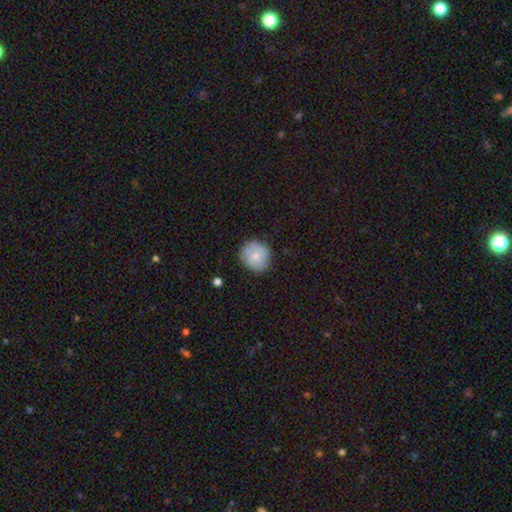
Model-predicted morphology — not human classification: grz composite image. It shows a smooth galaxy with no disk features (71%) that is round (87%). Merging: none (75%).